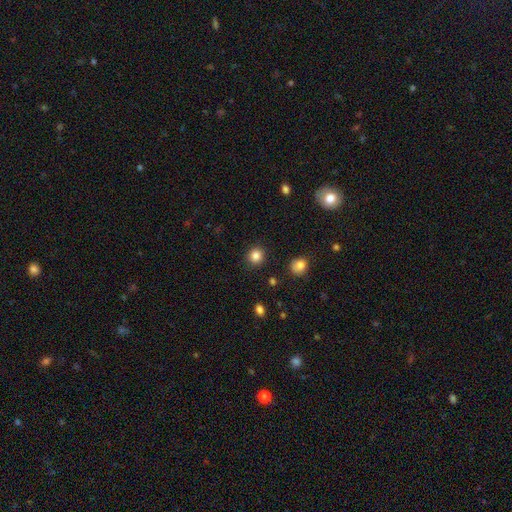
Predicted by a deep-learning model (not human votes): A smooth galaxy with no disk features (85%) that is round (90%).

Vote fractions:
- Smooth or featured? smooth: 85% / star or artifact: 11% / featured or disk: 4%
- How rounded? round: 90% / in between: 9% / cigar-shaped: 1%
- Merging? none: 91% / minor disturbance: 6% / major disturbance: 2% / merger: 2%